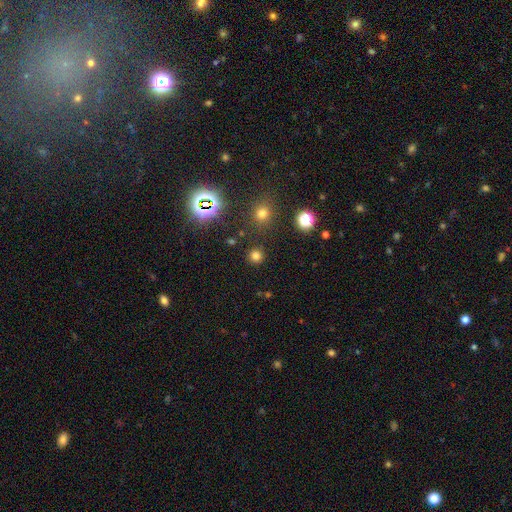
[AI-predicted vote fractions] Smooth or featured: smooth — 71% (star or artifact — 24%)
How rounded: round — 93% (in between — 6%)
Merging: none — 88% (minor disturbance — 6%)